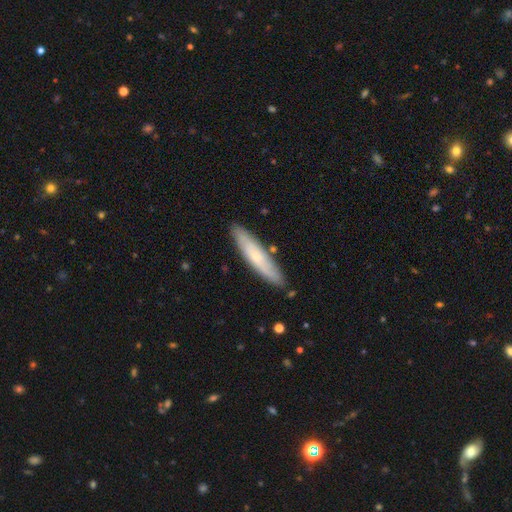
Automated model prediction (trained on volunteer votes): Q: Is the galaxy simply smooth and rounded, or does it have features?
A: smooth — 53%.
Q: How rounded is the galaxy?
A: cigar-shaped — 84%.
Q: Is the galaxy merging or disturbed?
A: none — 85%.